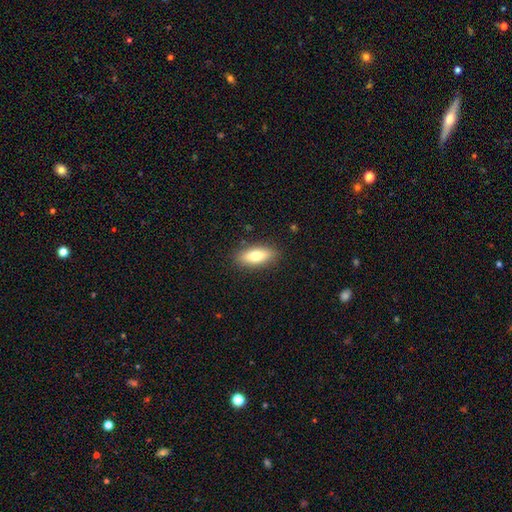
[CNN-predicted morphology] Smooth or featured?
  - smooth: 76% *
  - featured or disk: 17%
  - star or artifact: 7%
How rounded?
  - in between: 69% *
  - cigar-shaped: 29%
  - round: 2%
Merging?
  - none: 87% *
  - minor disturbance: 10%
  - major disturbance: 2%
  - merger: 1%